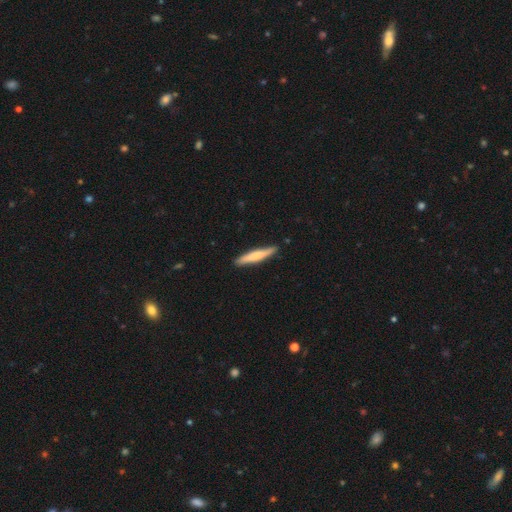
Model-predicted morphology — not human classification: Q: Smooth or featured?
A: smooth (62%); runner-up: featured or disk (33%)
Q: How rounded?
A: cigar-shaped (93%); runner-up: in between (6%)
Q: Merging?
A: none (87%); runner-up: minor disturbance (10%)